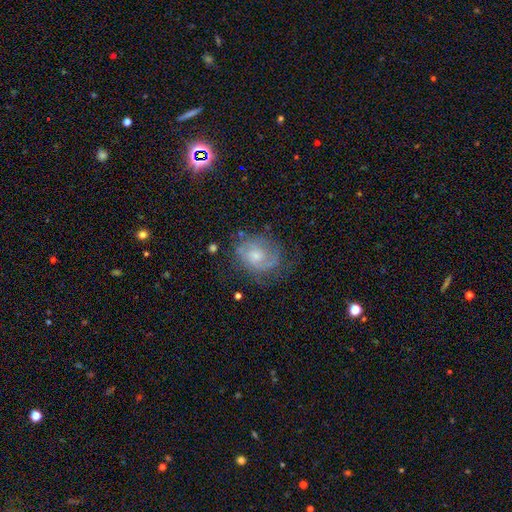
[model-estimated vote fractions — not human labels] Smooth or featured: featured or disk — 65% (smooth — 26%)
Edge-on disk: no — 97% (yes — 3%)
Bar: no — 70% (weak — 26%)
Spiral arms: yes — 81% (no — 19%)
Spiral winding: tight — 45% (medium — 38%)
Spiral arm count: 2 — 40% (can't tell — 33%)
Bulge size: moderate — 48% (small — 41%)
Merging: none — 61% (minor disturbance — 23%)